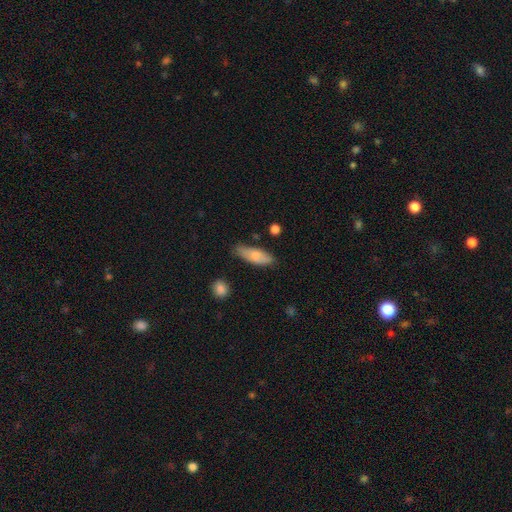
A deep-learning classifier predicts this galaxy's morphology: smooth 74%, featured or disk 20%, star or artifact 6%. Down the decision tree: how rounded — in between (68%); merging — none (67%).